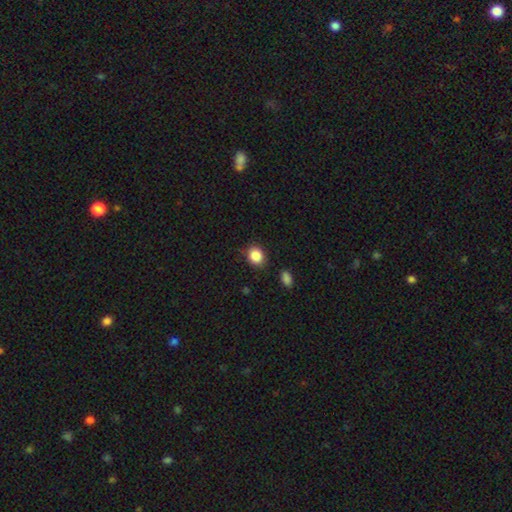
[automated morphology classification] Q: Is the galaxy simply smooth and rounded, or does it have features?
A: smooth — 87%.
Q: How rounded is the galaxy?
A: round — 64%.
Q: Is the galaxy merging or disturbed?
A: none — 83%.